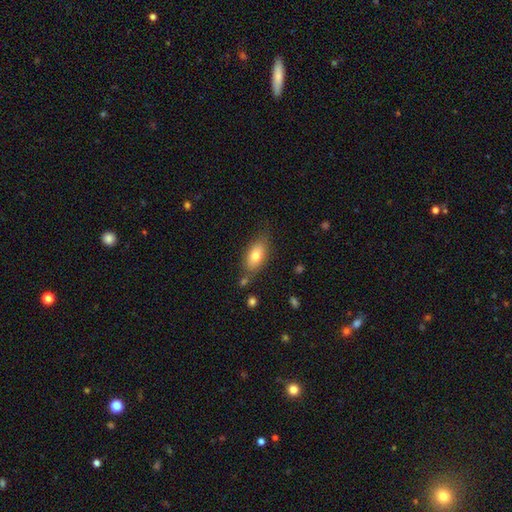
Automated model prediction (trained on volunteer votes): smooth-or-featured: smooth: 76% | featured or disk: 16% | star or artifact: 7%
  how-rounded: in between: 87% | cigar-shaped: 7% | round: 5%
  merging: none: 70% | minor disturbance: 19% | merger: 6% | major disturbance: 5%